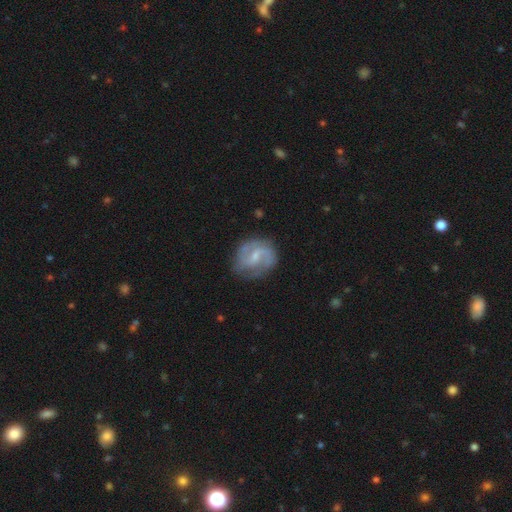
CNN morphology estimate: The model was most divided on "spiral winding": medium: 50%, loose: 28%, tight: 22%. More confident: edge-on disk — no (98%); spiral arms — yes (94%); spiral arm count — 2 (81%); smooth or featured — featured or disk (80%); merging — none (73%); bar — weak (59%); bulge size — small (58%).